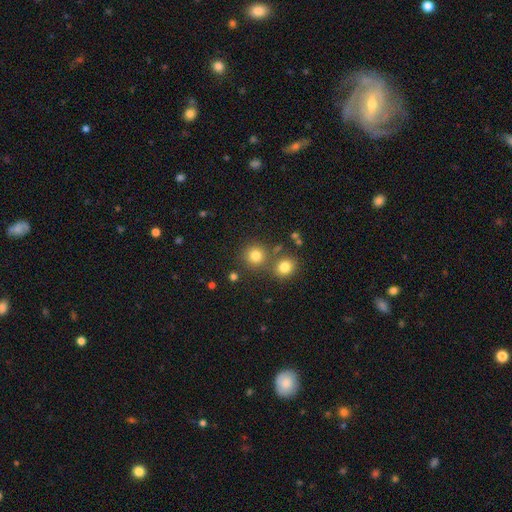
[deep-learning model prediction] A smooth galaxy with no disk features (79%) that is round (91%). Merging: none (72%).